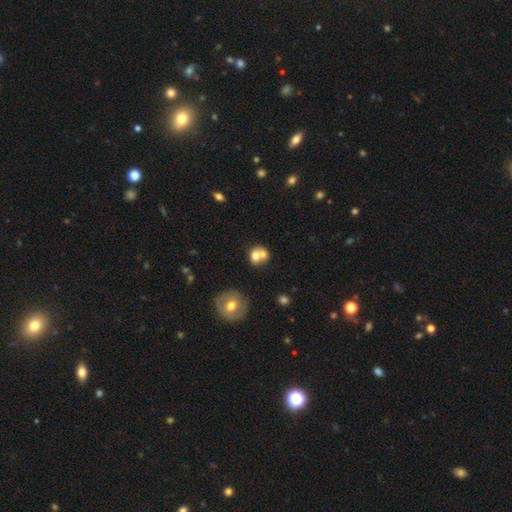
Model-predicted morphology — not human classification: type=smooth (70%); roundness=round (76%); merging=merger (52%).